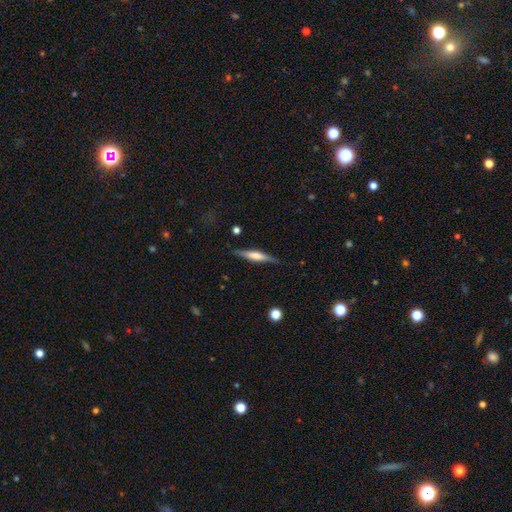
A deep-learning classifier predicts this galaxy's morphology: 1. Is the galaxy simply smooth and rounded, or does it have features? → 57% featured or disk, 37% smooth, 6% star or artifact.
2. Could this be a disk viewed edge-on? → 96% yes, 4% no.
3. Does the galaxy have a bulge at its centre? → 53% rounded, 34% boxy, 14% none.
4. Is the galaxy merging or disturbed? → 86% none, 11% minor disturbance, 2% major disturbance, 1% merger.